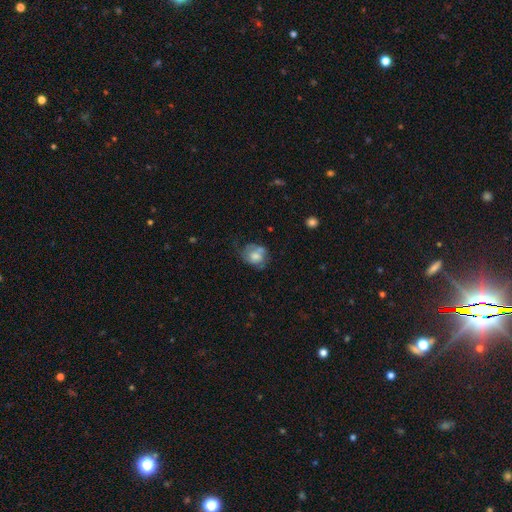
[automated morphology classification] Overall: smooth (52%; featured or disk 39%). How rounded: round (50%; in between 49%). Merging: none (41%; minor disturbance 29%).